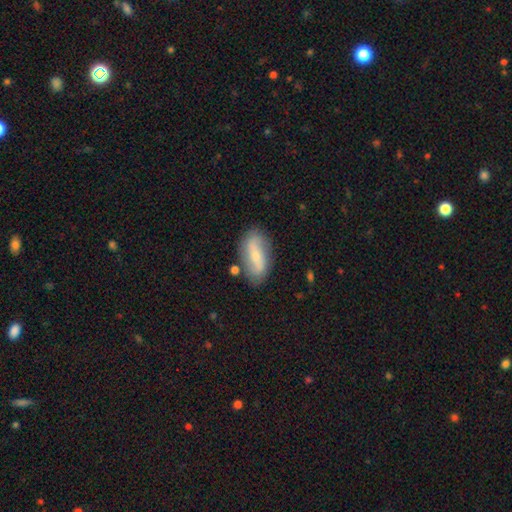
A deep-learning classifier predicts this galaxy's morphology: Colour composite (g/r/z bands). It shows a featured or disk galaxy (57%) with a weak bar (36%), spiral arms (80%) and a small central bulge (56%). Merging: none (80%).